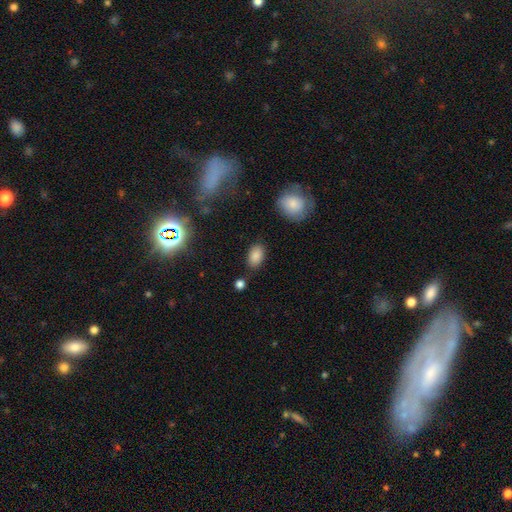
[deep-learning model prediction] The model was most divided on "merging": none: 79%, minor disturbance: 14%, merger: 4%, major disturbance: 3%. More confident: how rounded — in between (91%); smooth or featured — smooth (86%).